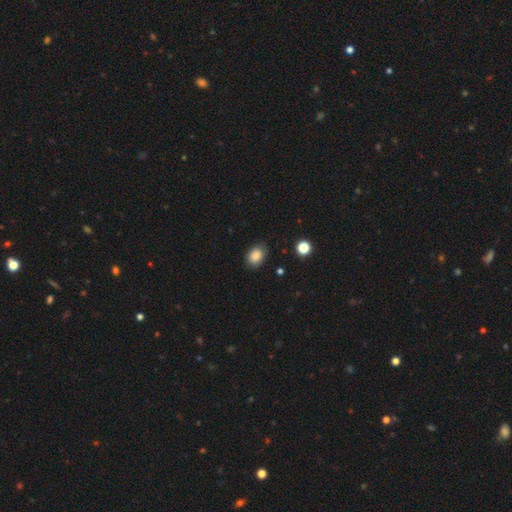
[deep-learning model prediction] Morphology: type=smooth (86%); roundness=in between (71%); merging=none (82%).